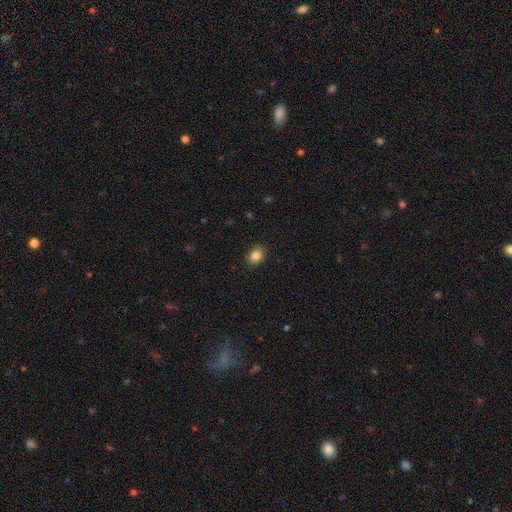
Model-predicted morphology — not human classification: Overall: smooth (86%). How rounded: in between (64%; round 35%). Merging: none (89%).